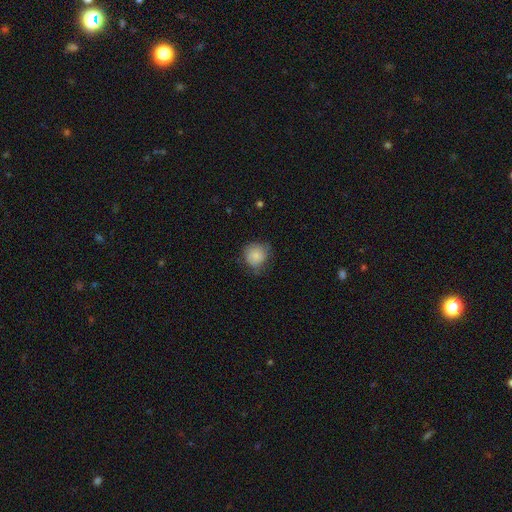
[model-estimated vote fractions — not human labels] Smooth or featured? smooth (82%)
How rounded? round (84%)
Merging? none (59%)